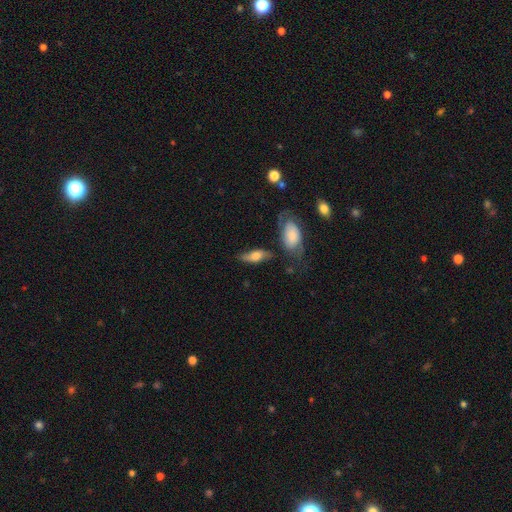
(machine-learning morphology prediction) Q: Smooth or featured?
A: smooth (56%); runner-up: featured or disk (36%)
Q: How rounded?
A: in between (70%); runner-up: cigar-shaped (26%)
Q: Merging?
A: none (62%); runner-up: minor disturbance (22%)